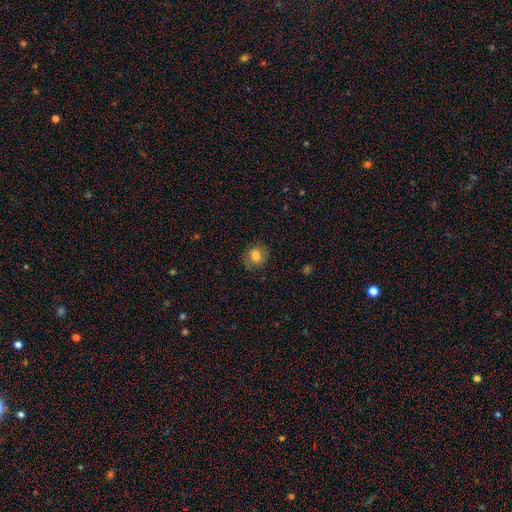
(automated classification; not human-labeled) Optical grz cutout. It shows a smooth galaxy with no disk features (75%) that is round (69%). Merging: none (76%).